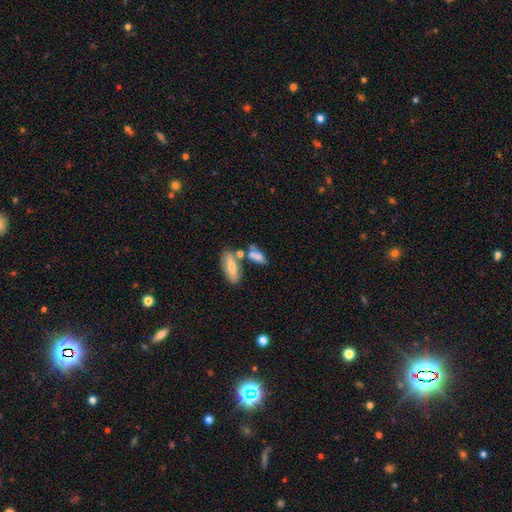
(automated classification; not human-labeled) The model was most divided on "merging": none: 45%, merger: 33%, minor disturbance: 15%, major disturbance: 7%. More confident: smooth or featured — smooth (73%); how rounded — in between (67%).